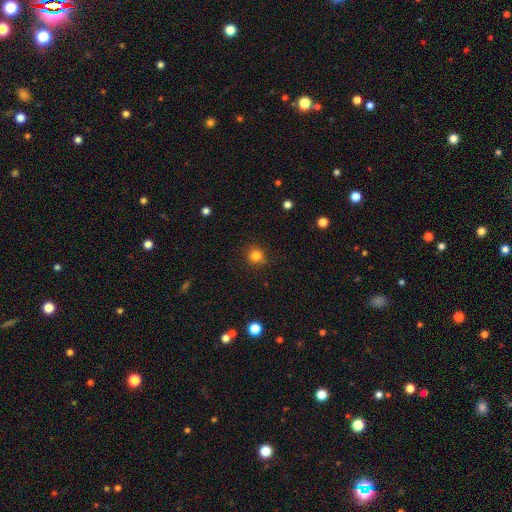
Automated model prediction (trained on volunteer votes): smooth_or_featured: smooth (p=0.82) [alt: star or artifact p=0.13]
how_rounded: round (p=0.93) [alt: in between p=0.06]
merging: none (p=0.87) [alt: minor disturbance p=0.09]